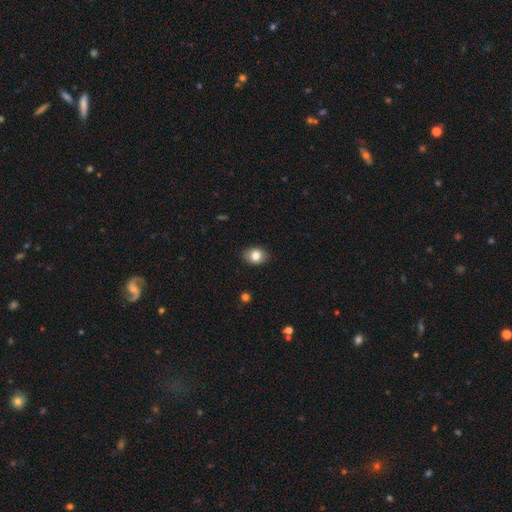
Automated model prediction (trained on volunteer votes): A smooth galaxy with no disk features (82%) that is in between round and cigar-shaped (62%).

Vote fractions:
- Smooth or featured? smooth: 82% / featured or disk: 9% / star or artifact: 9%
- How rounded? in between: 62% / round: 37% / cigar-shaped: 1%
- Merging? none: 87% / minor disturbance: 10% / major disturbance: 2% / merger: 1%